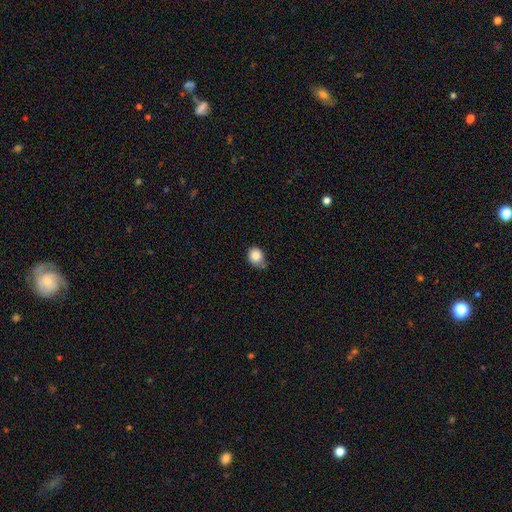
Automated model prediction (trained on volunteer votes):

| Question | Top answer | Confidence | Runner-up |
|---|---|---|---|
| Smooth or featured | smooth | 85% | star or artifact (9%) |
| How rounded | round | 69% | in between (30%) |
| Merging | none | 57% | minor disturbance (30%) |